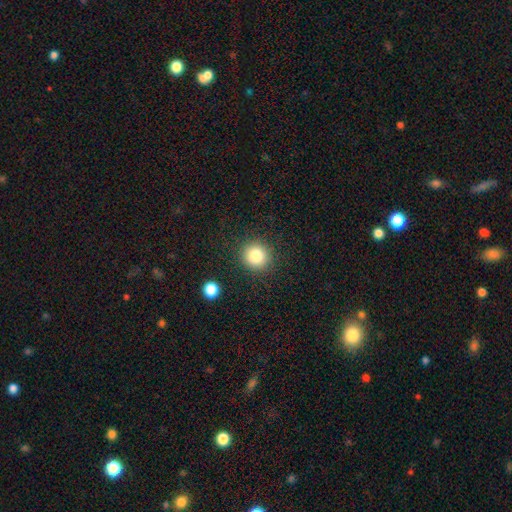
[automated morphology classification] A smooth galaxy with no disk features (82%) that is round (92%). Merging: none (90%).